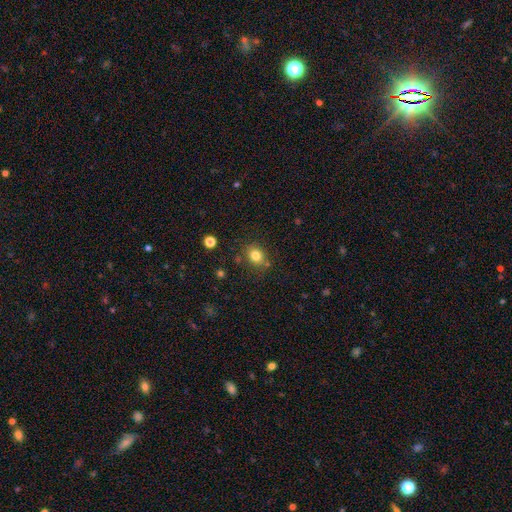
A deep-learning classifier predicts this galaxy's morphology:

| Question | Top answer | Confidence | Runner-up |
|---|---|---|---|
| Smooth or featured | smooth | 80% | star or artifact (12%) |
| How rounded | round | 61% | in between (38%) |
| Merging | none | 78% | minor disturbance (13%) |